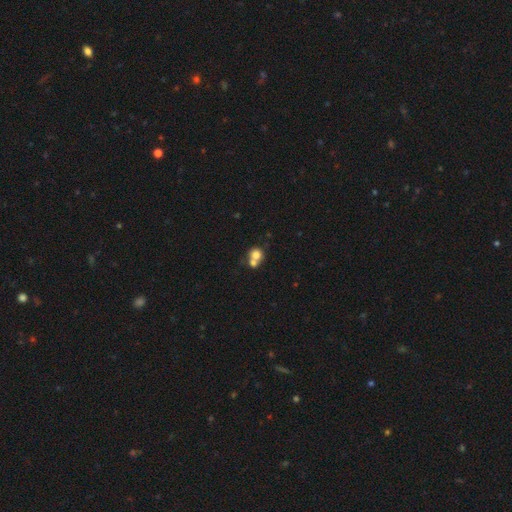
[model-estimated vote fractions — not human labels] This appears to be a smooth galaxy with no disk features (75%) that is round (82%). Merging: merger (54%).